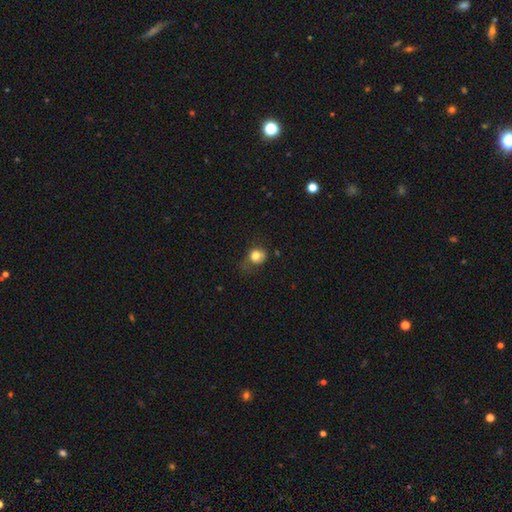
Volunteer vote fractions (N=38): Smooth or featured: smooth — 87% (featured or disk — 8%)
How rounded: round — 58% (in between — 42%)
Merging: minor disturbance — 50% (none — 31%)